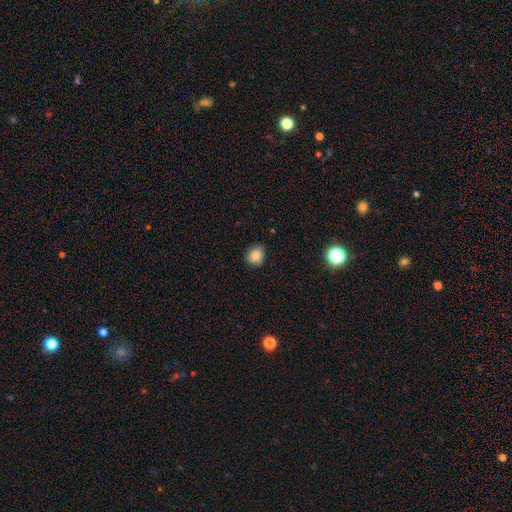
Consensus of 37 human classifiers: smooth-or-featured: smooth: 89% | star or artifact: 11% | featured or disk: 0%
  how-rounded: round: 79% | in between: 21% | cigar-shaped: 0%
  merging: none: 85% | minor disturbance: 12% | major disturbance: 3% | merger: 0%